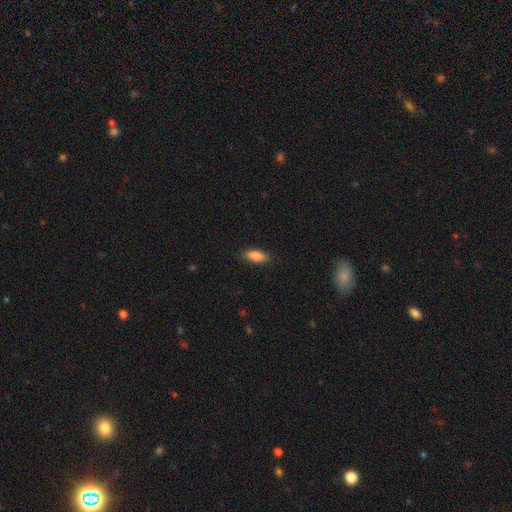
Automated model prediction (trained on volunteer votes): This appears to be a smooth galaxy with no disk features (86%) that is in between round and cigar-shaped (78%). Merging: none (86%).